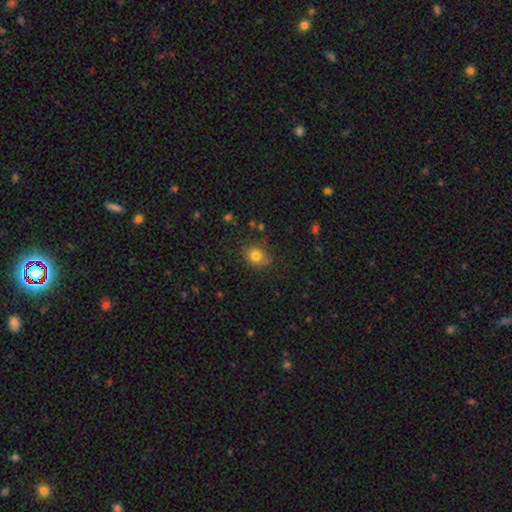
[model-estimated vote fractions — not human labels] Morphology: type=smooth (80%); roundness=round (57%); merging=none (76%).